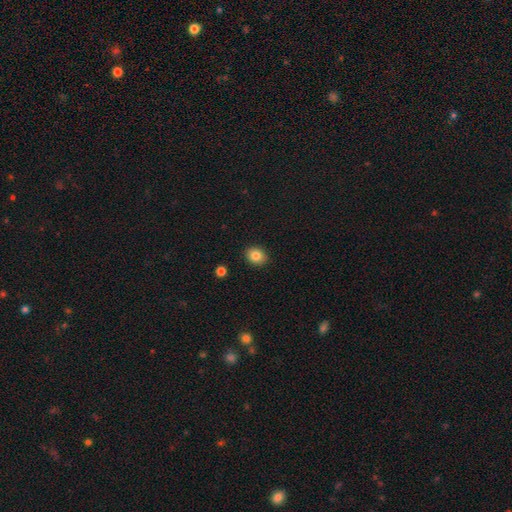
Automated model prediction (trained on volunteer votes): A smooth galaxy with no disk features (84%) that is round (58%). Merging: none (90%).